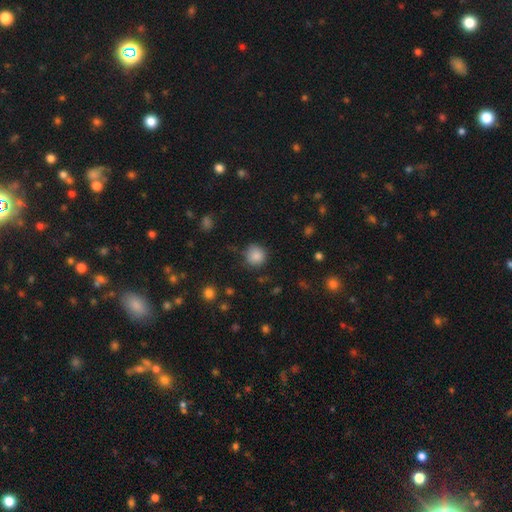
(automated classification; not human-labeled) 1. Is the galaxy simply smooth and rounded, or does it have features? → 85% smooth, 11% star or artifact, 5% featured or disk.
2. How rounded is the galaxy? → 91% round, 8% in between, 1% cigar-shaped.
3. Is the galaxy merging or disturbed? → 82% none, 13% minor disturbance, 4% major disturbance, 2% merger.